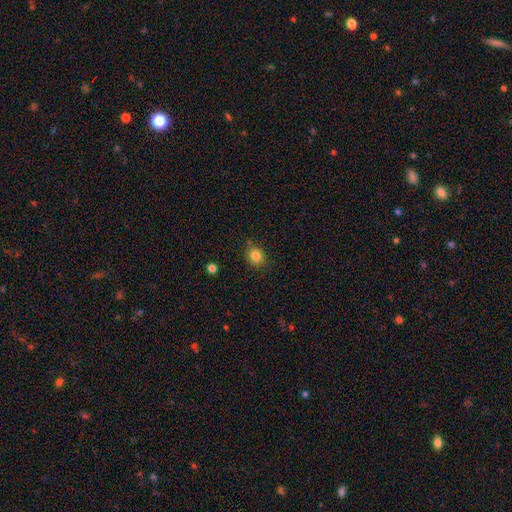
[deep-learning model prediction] smooth_or_featured: smooth (p=0.83) [alt: star or artifact p=0.12]
how_rounded: round (p=0.76) [alt: in between p=0.23]
merging: none (p=0.82) [alt: minor disturbance p=0.12]